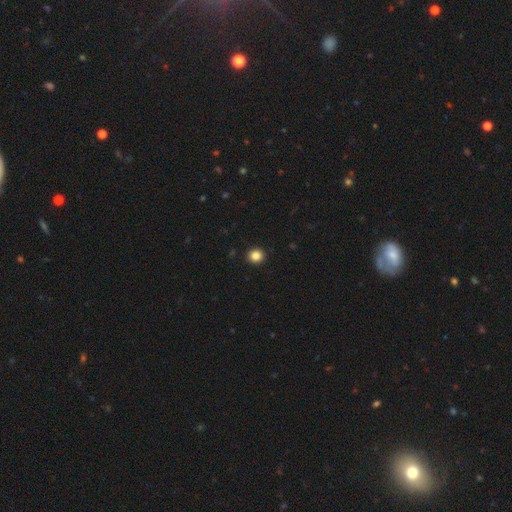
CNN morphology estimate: Smooth or featured? smooth (85%)
How rounded? round (90%)
Merging? none (94%)